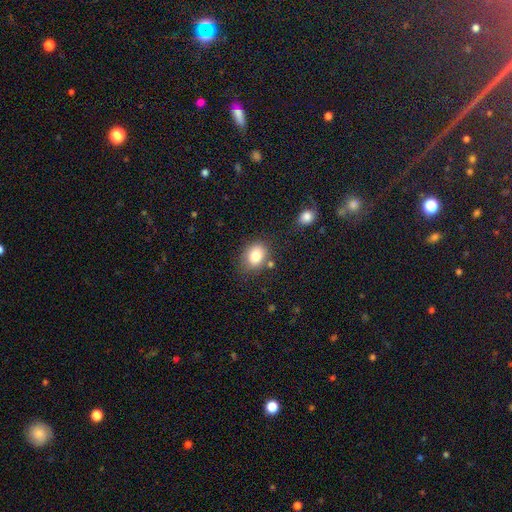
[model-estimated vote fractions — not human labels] A smooth galaxy with no disk features (82%) that is in between round and cigar-shaped (51%).

Vote fractions:
- Smooth or featured? smooth: 82% / star or artifact: 10% / featured or disk: 8%
- How rounded? in between: 51% / round: 48% / cigar-shaped: 1%
- Merging? none: 74% / minor disturbance: 15% / merger: 7% / major disturbance: 4%